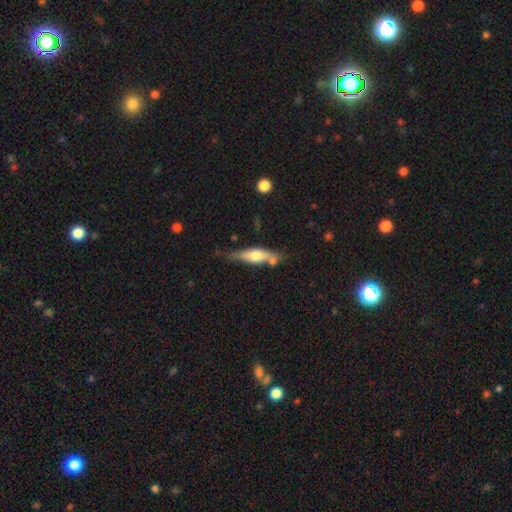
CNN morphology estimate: A featured or disk galaxy (48%).

Vote fractions:
- Smooth or featured? featured or disk: 48% / smooth: 46% / star or artifact: 6%
- Merging? none: 59% / minor disturbance: 21% / merger: 15% / major disturbance: 6%